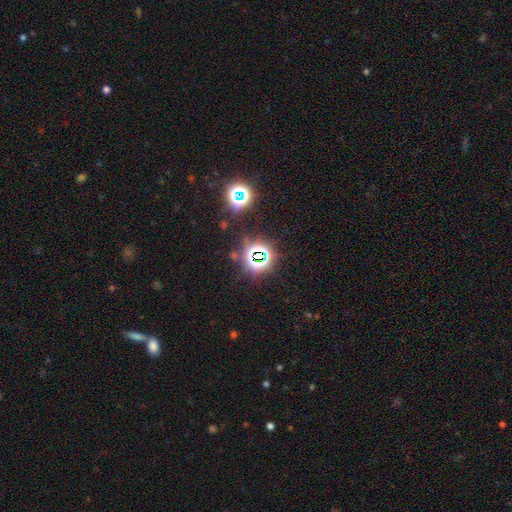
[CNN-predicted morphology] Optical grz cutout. It shows a star or artifact, not a galaxy (79%).